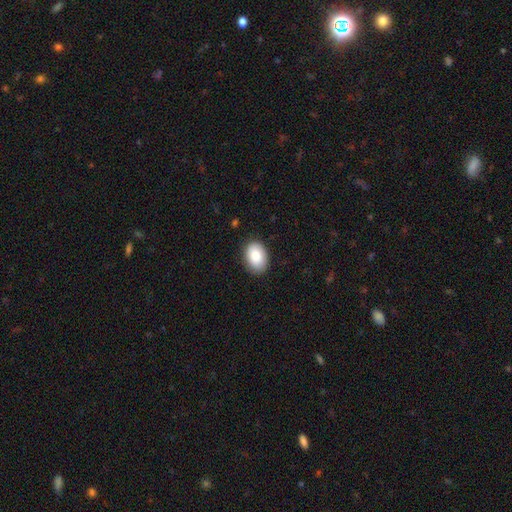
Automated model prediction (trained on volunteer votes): This appears to be a smooth galaxy with no disk features (86%) that is in between round and cigar-shaped (82%). Merging: none (85%).